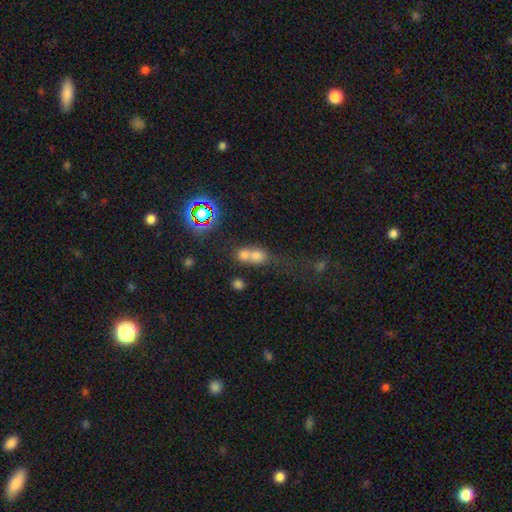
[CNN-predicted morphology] smooth 63%, star or artifact 20%, featured or disk 17%. Down the decision tree: how rounded — round (58%); merging — merger (65%).